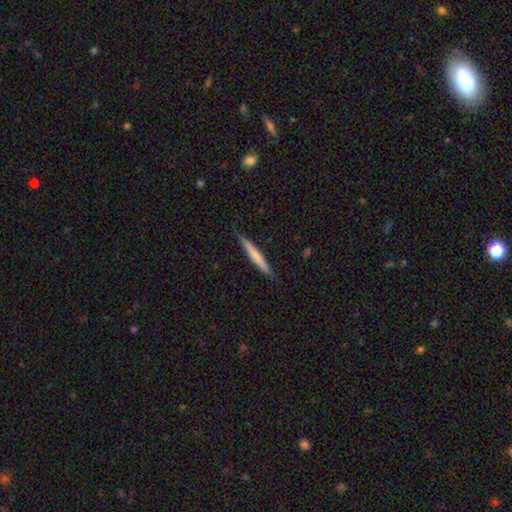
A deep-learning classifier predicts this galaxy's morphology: smooth_or_featured: smooth (p=0.59) [alt: featured or disk p=0.36]
how_rounded: cigar-shaped (p=0.96) [alt: in between p=0.03]
merging: none (p=0.88) [alt: minor disturbance p=0.10]